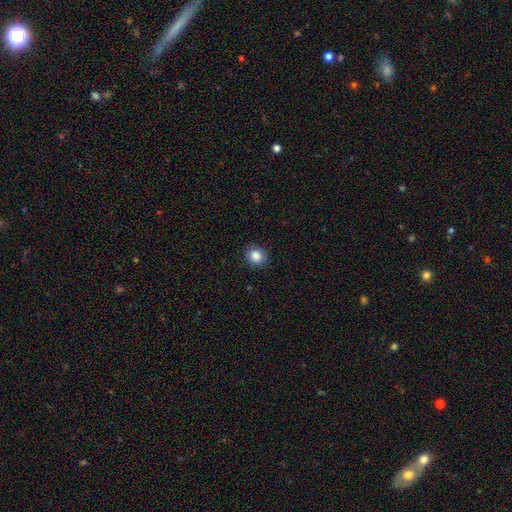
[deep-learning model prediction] Smooth or featured? smooth (86%)
How rounded? round (79%)
Merging? none (88%)